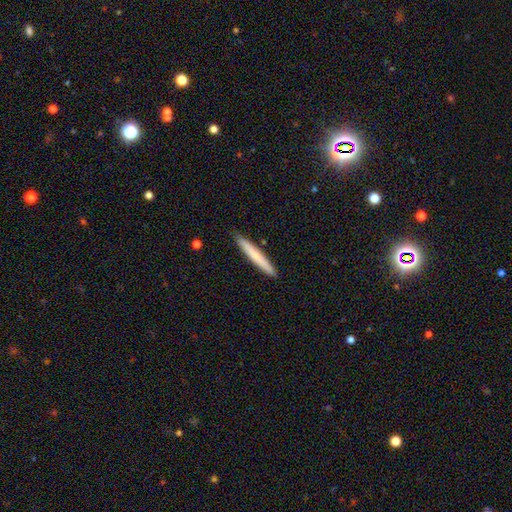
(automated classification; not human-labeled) Smooth or featured: smooth — 71% (featured or disk — 24%)
How rounded: cigar-shaped — 96% (in between — 3%)
Merging: none — 91% (minor disturbance — 7%)